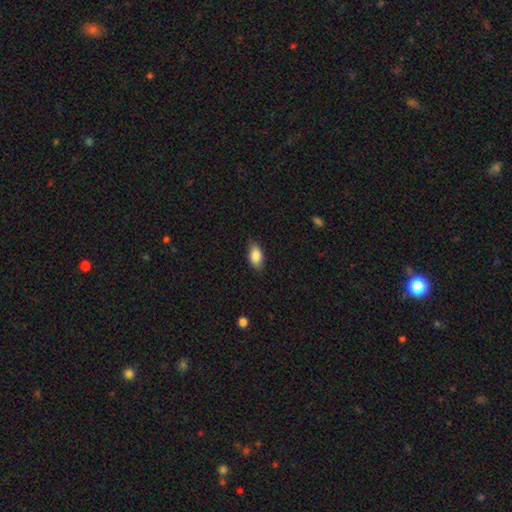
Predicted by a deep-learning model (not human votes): The model was most divided on "merging": none: 80%, minor disturbance: 16%, major disturbance: 3%, merger: 1%. More confident: how rounded — in between (91%); smooth or featured — smooth (85%).